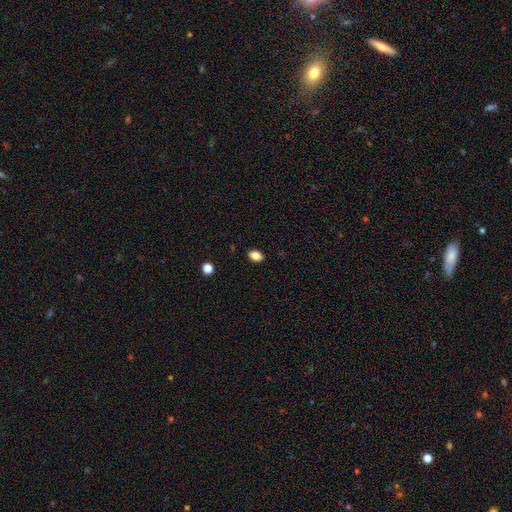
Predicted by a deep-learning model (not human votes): Morphology: type=smooth (83%); roundness=in between (83%); merging=none (88%).